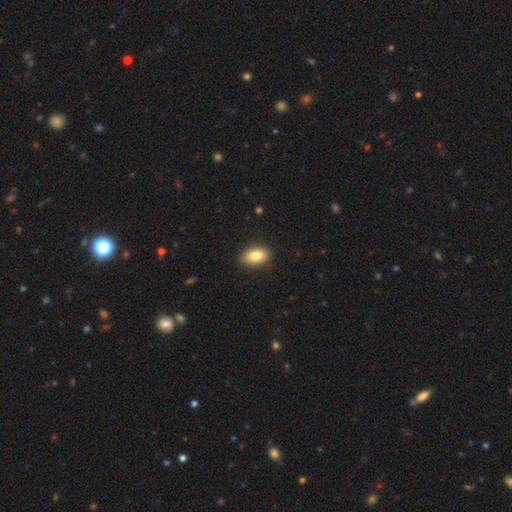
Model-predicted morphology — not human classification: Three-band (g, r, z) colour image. It shows a smooth galaxy with no disk features (81%) that is in between round and cigar-shaped (90%). Merging: none (86%).